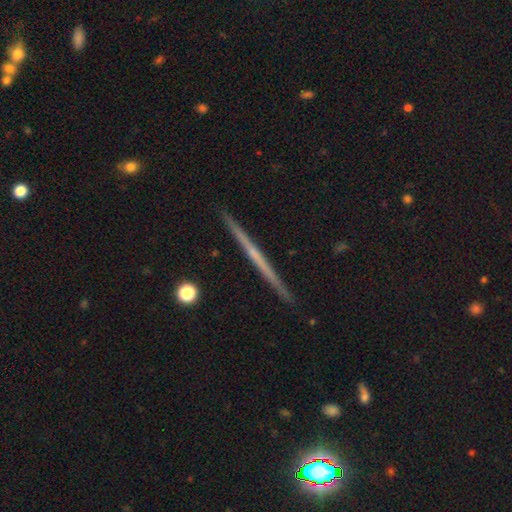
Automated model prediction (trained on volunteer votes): Morphology: type=featured or disk (69%); edge-on=yes (98%); edge-on bulge=none (80%); merging=none (93%).